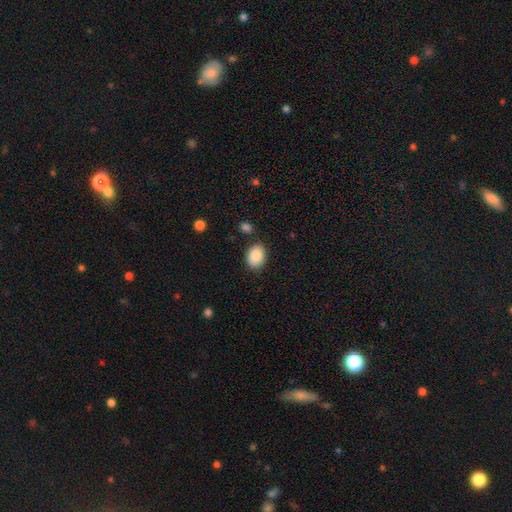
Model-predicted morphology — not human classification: A smooth galaxy with no disk features (89%) that is in between round and cigar-shaped (76%).

Vote fractions:
- Smooth or featured? smooth: 89% / star or artifact: 7% / featured or disk: 4%
- How rounded? in between: 76% / round: 23% / cigar-shaped: 1%
- Merging? none: 80% / minor disturbance: 13% / merger: 3% / major disturbance: 3%